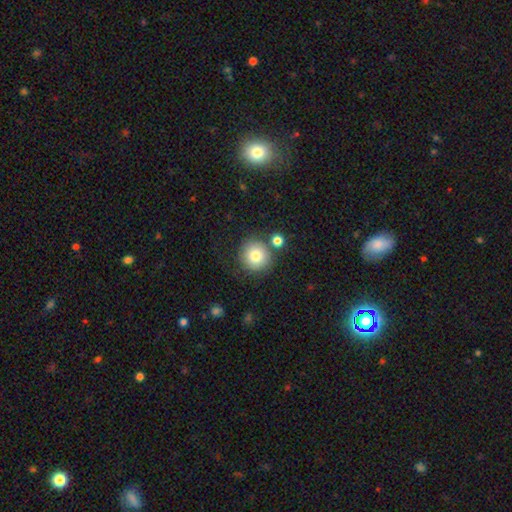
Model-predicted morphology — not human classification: A smooth galaxy with no disk features (80%) that is round (94%). Merging: none (76%).